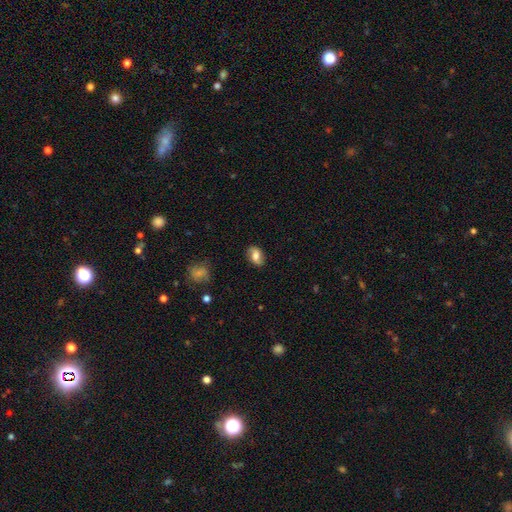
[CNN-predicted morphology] Smooth or featured: smooth — 50% (featured or disk — 41%)
How rounded: in between — 83% (round — 14%)
Merging: none — 80% (minor disturbance — 15%)